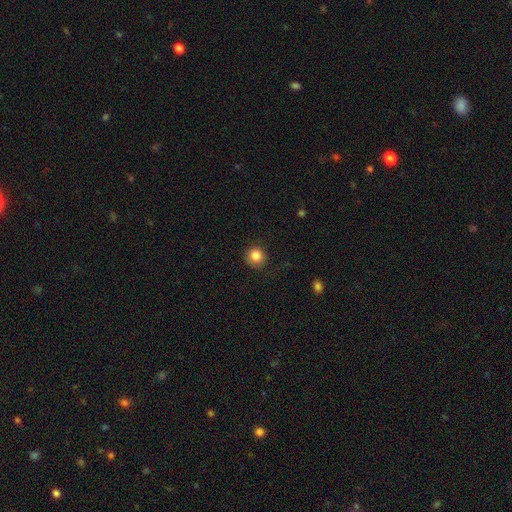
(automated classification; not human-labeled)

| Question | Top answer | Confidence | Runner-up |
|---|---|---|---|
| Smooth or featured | smooth | 84% | star or artifact (10%) |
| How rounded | round | 91% | in between (8%) |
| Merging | none | 85% | minor disturbance (11%) |